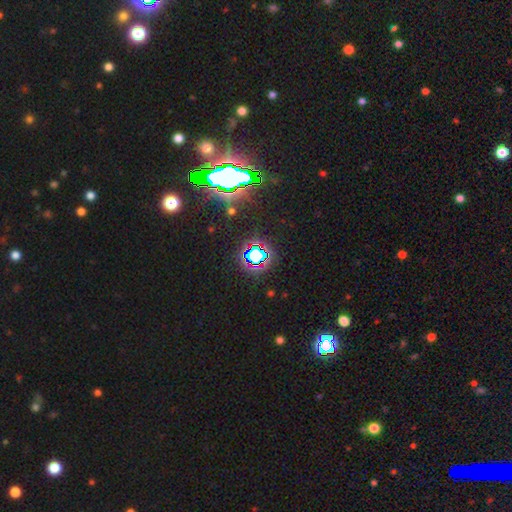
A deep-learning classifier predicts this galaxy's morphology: Overall: star or artifact (71%).